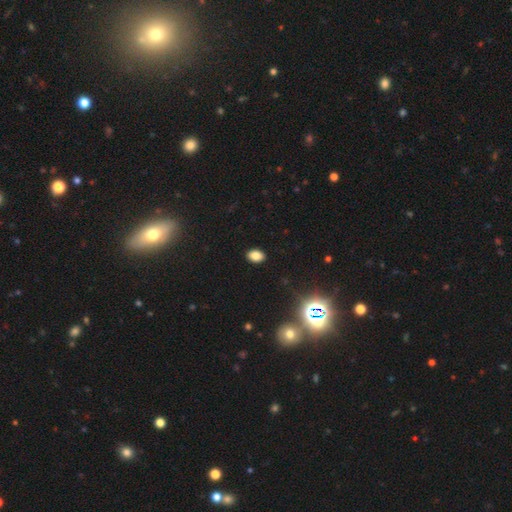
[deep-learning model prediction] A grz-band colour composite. It shows a smooth galaxy with no disk features (82%) that is in between round and cigar-shaped (81%). Merging: none (90%).